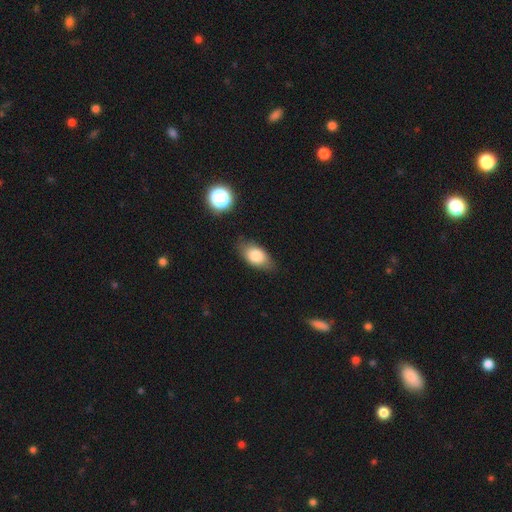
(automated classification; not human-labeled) Smooth or featured? smooth (80%)
How rounded? in between (88%)
Merging? none (76%)